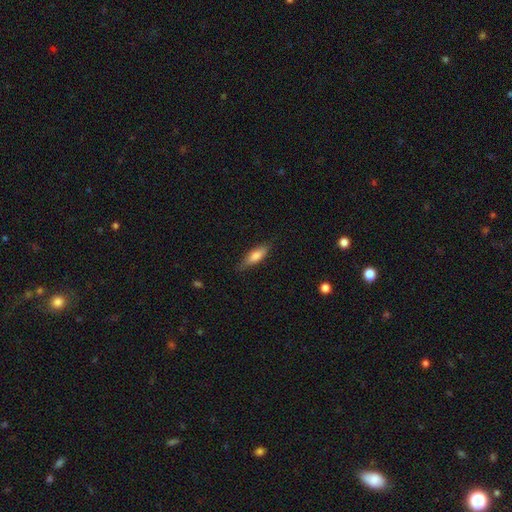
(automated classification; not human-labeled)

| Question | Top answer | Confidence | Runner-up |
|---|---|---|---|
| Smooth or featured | smooth | 73% | featured or disk (21%) |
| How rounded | in between | 51% | cigar-shaped (46%) |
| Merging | none | 77% | minor disturbance (19%) |